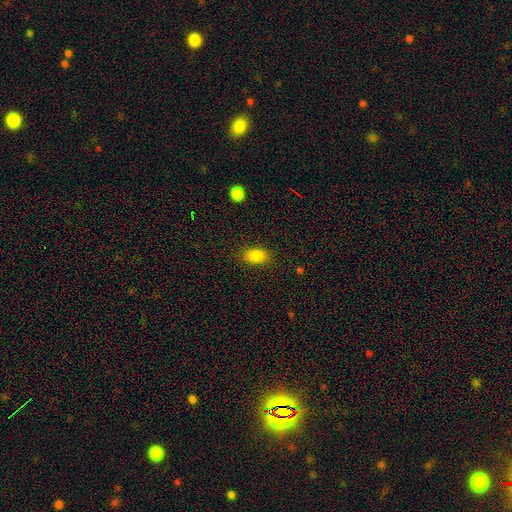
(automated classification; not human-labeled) Smooth or featured?
  - smooth: 86% *
  - star or artifact: 9%
  - featured or disk: 5%
How rounded?
  - in between: 87% *
  - round: 11%
  - cigar-shaped: 2%
Merging?
  - none: 85% *
  - minor disturbance: 11%
  - major disturbance: 3%
  - merger: 1%